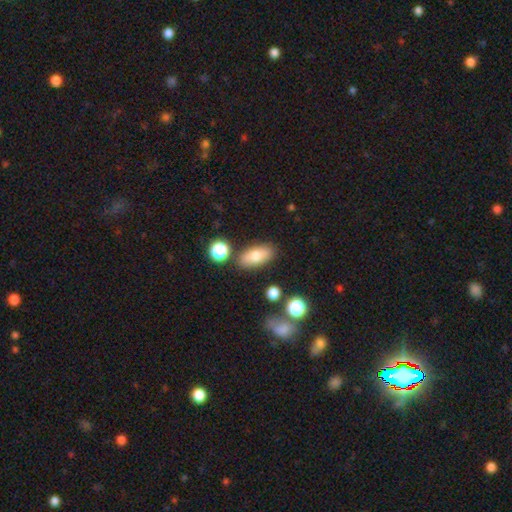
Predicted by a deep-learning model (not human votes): Smooth or featured?
  - smooth: 75% *
  - featured or disk: 16%
  - star or artifact: 9%
How rounded?
  - in between: 85% *
  - cigar-shaped: 10%
  - round: 6%
Merging?
  - none: 81% *
  - minor disturbance: 12%
  - merger: 5%
  - major disturbance: 3%